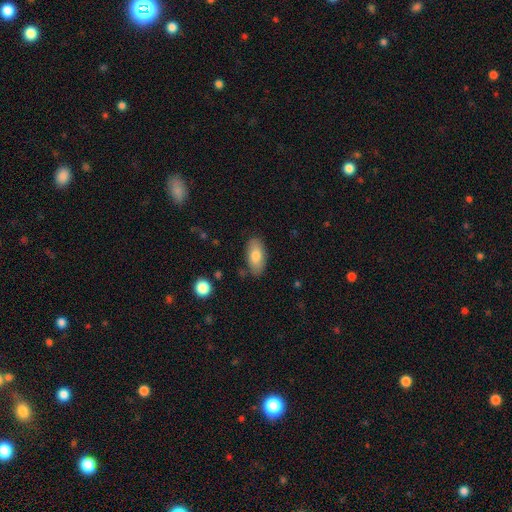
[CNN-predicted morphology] Smooth or featured?
  - smooth: 78% *
  - featured or disk: 15%
  - star or artifact: 7%
How rounded?
  - in between: 92% *
  - cigar-shaped: 5%
  - round: 3%
Merging?
  - none: 81% *
  - minor disturbance: 14%
  - major disturbance: 3%
  - merger: 2%